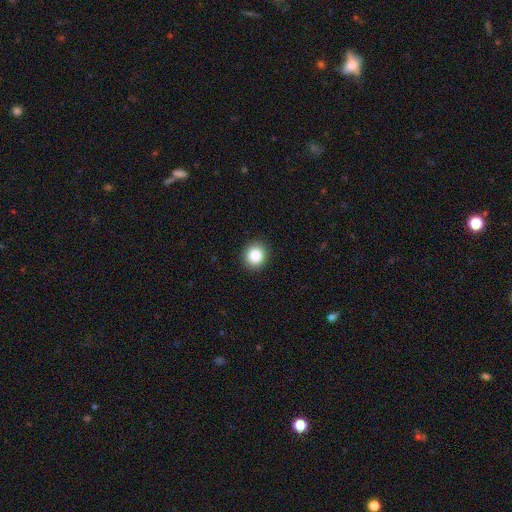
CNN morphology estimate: Smooth or featured? Predicted: smooth (p=0.85). How rounded? Predicted: round (p=0.86). Merging? Predicted: none (p=0.92).